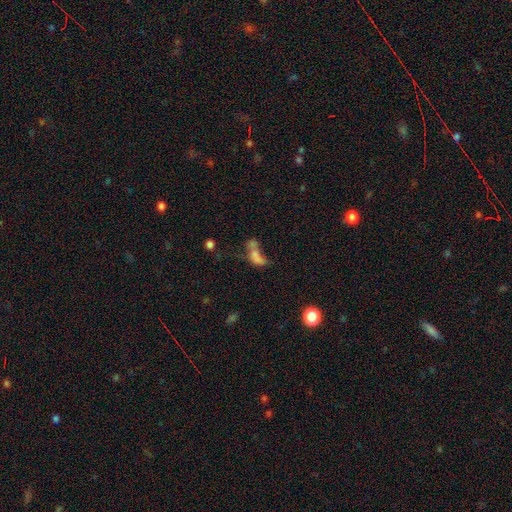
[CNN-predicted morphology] The model was most divided on "merging": merger: 45%, major disturbance: 25%, none: 17%, minor disturbance: 12%. More confident: how rounded — in between (80%); smooth or featured — smooth (58%).